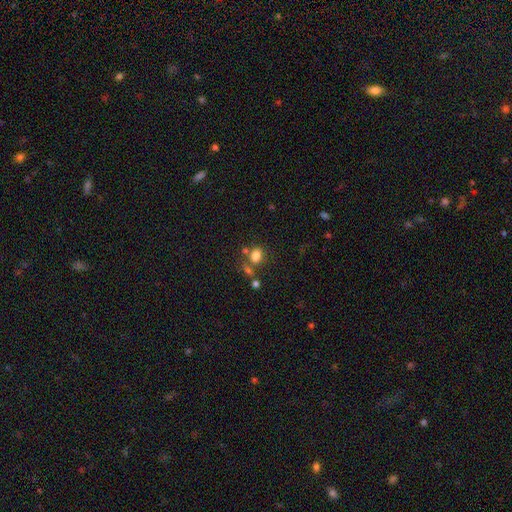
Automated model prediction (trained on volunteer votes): Morphology: type=smooth (78%); roundness=in between (53%); merging=none (58%).